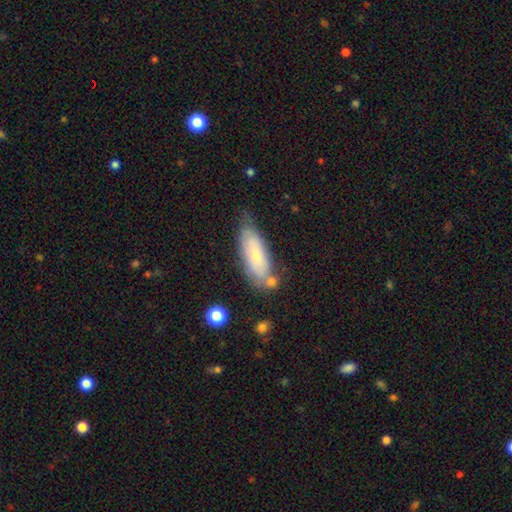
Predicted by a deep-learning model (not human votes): Smooth or featured: smooth — 56% (featured or disk — 37%)
How rounded: in between — 67% (cigar-shaped — 30%)
Merging: none — 56% (minor disturbance — 26%)